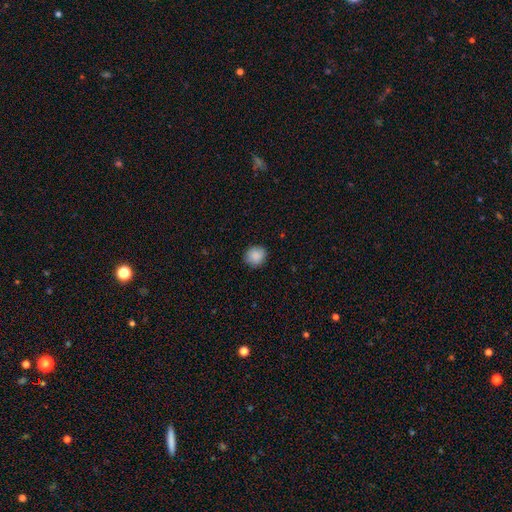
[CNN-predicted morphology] Overall: smooth (88%). How rounded: round (83%). Merging: none (88%).